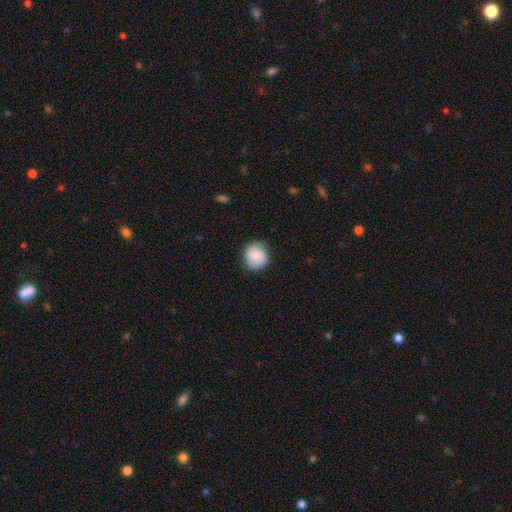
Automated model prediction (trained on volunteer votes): This appears to be a smooth galaxy with no disk features (84%) that is round (88%). Merging: none (84%).